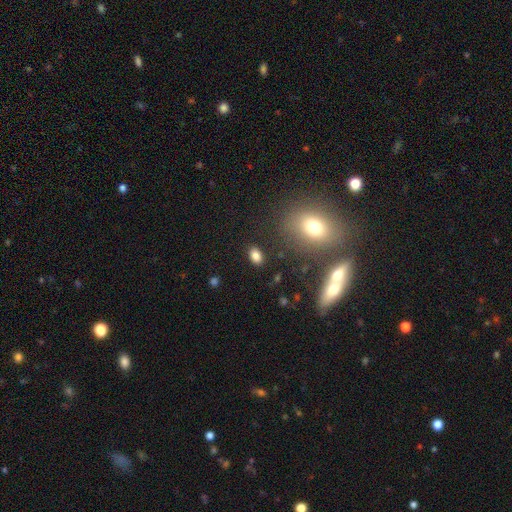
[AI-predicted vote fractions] A smooth galaxy with no disk features (82%) that is in between round and cigar-shaped (84%). Merging: none (86%).